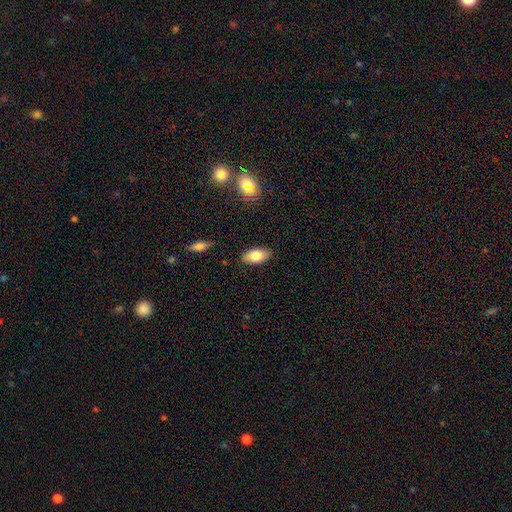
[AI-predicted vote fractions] smooth 80%, featured or disk 12%, star or artifact 8%. Down the decision tree: how rounded — in between (91%); merging — none (86%).